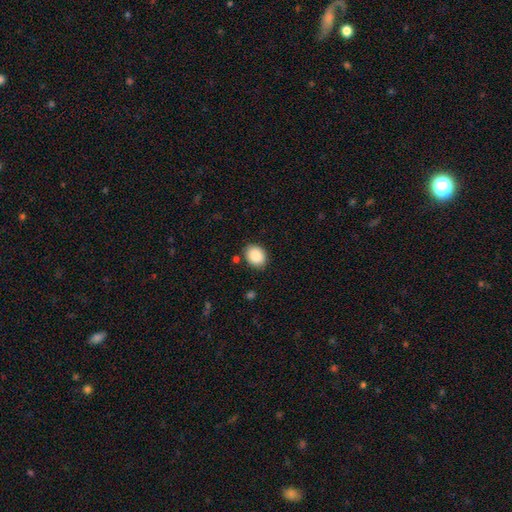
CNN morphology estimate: This is clearly a smooth galaxy (88%). How rounded: possibly in between (57%). Merging: clearly none (85%).